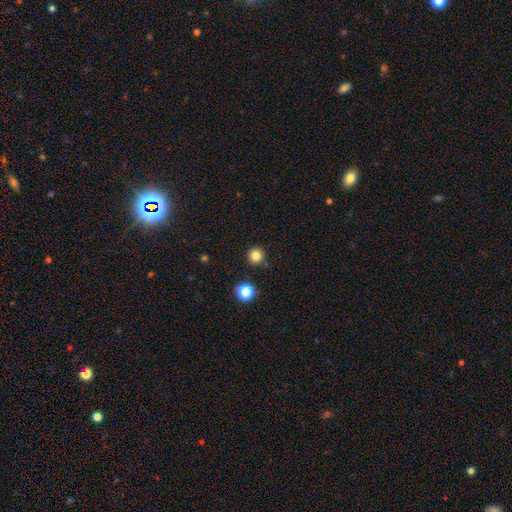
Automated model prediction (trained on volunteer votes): smooth 82%, star or artifact 13%, featured or disk 4%. Down the decision tree: how rounded — round (96%); merging — none (90%).